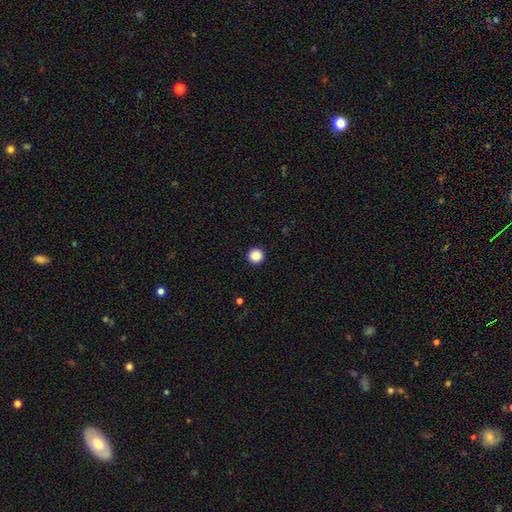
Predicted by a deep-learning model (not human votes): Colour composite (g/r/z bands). It shows a smooth galaxy with no disk features (88%) that is round (97%). Merging: none (94%).